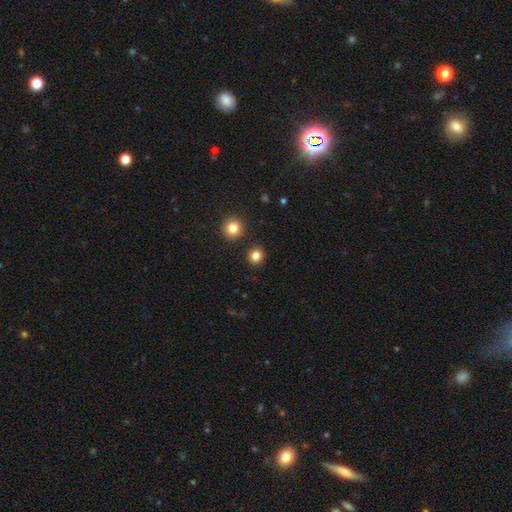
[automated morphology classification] Smooth or featured? smooth (83%)
How rounded? round (85%)
Merging? none (89%)